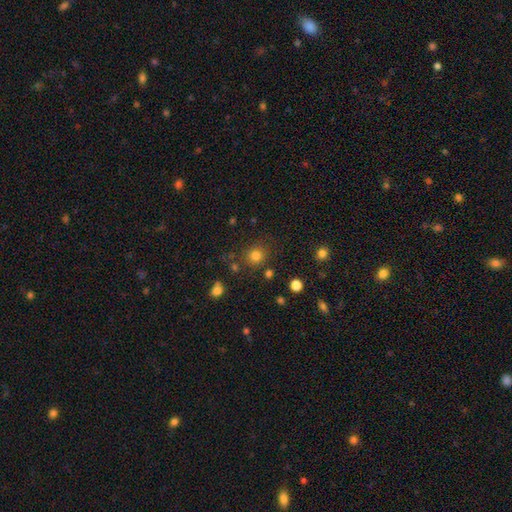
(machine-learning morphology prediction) Overall: smooth (79%). How rounded: round (87%). Merging: none (80%).